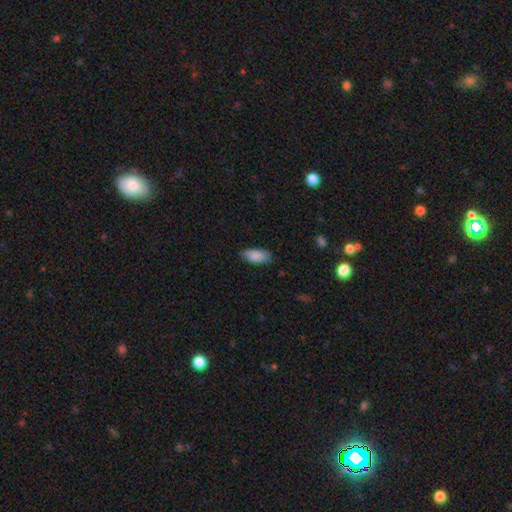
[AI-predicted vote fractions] A smooth galaxy with no disk features (86%) that is in between round and cigar-shaped (86%).

Vote fractions:
- Smooth or featured? smooth: 86% / featured or disk: 8% / star or artifact: 6%
- How rounded? in between: 86% / cigar-shaped: 12% / round: 2%
- Merging? none: 77% / minor disturbance: 19% / major disturbance: 3% / merger: 1%